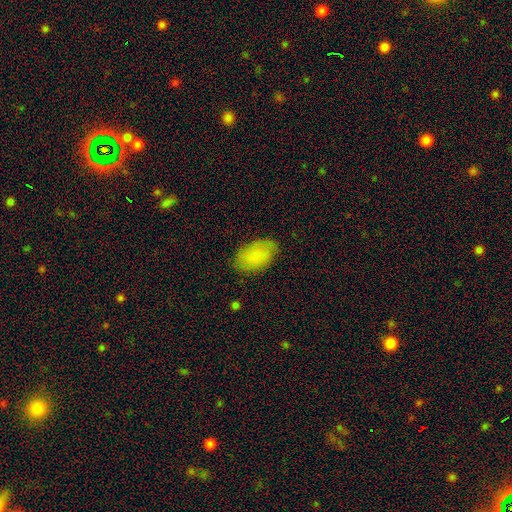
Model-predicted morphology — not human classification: Smooth or featured: smooth — 85% (featured or disk — 8%)
How rounded: in between — 93% (round — 6%)
Merging: none — 82% (minor disturbance — 14%)